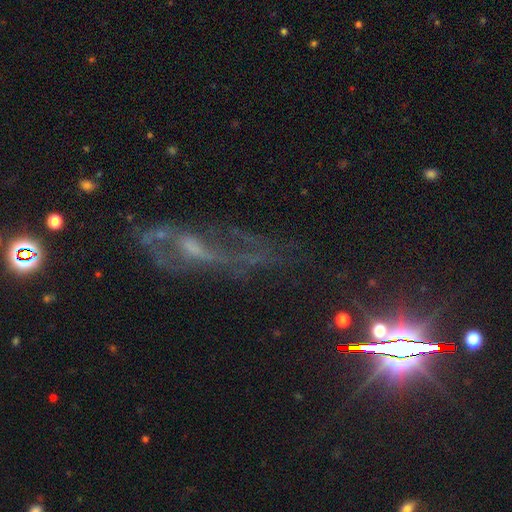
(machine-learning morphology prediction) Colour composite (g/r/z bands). It shows a featured or disk galaxy (62%) with no bar (46%), spiral arms (67%) and a small central bulge (41%). Merging: none (46%).